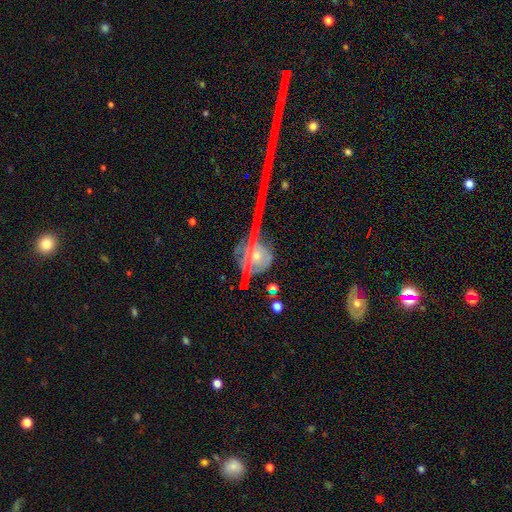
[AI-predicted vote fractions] Q: Smooth or featured?
A: featured or disk (62%); runner-up: star or artifact (20%)
Q: Edge-on disk?
A: yes (56%); runner-up: no (44%)
Q: Merging?
A: none (45%); runner-up: major disturbance (22%)